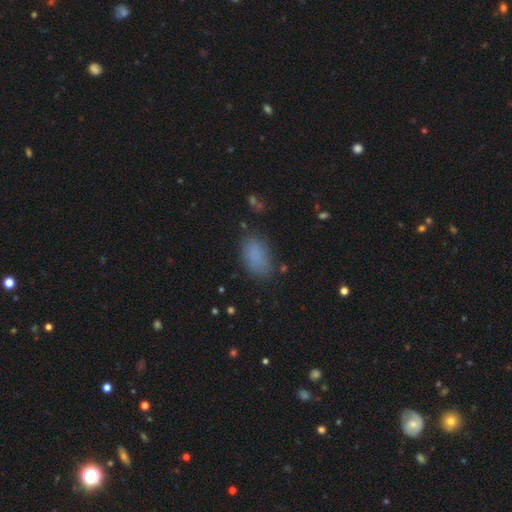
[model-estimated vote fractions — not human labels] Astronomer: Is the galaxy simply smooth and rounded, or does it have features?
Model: smooth — 84%.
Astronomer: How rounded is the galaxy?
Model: in between — 92%.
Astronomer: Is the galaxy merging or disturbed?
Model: none — 79%.